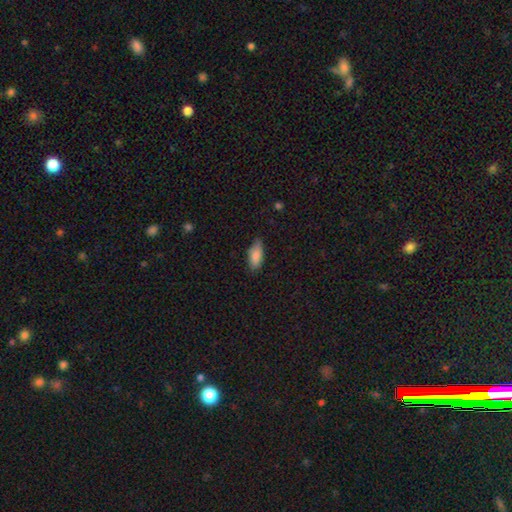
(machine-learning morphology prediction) Smooth or featured? Predicted: smooth (p=0.86). How rounded? Predicted: in between (p=0.83). Merging? Predicted: none (p=0.76).